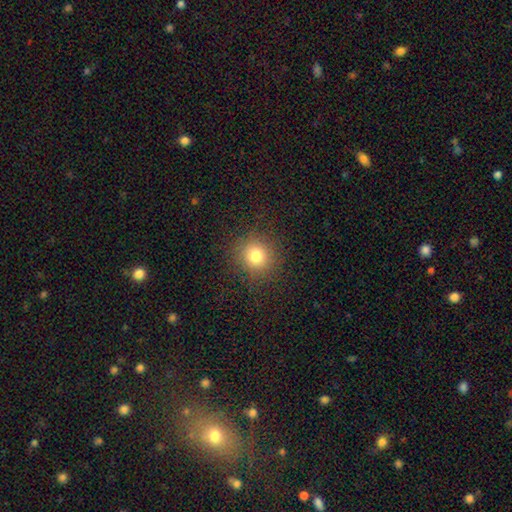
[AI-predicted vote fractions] smooth 78%, star or artifact 15%, featured or disk 7%. Down the decision tree: how rounded — round (90%); merging — none (88%).